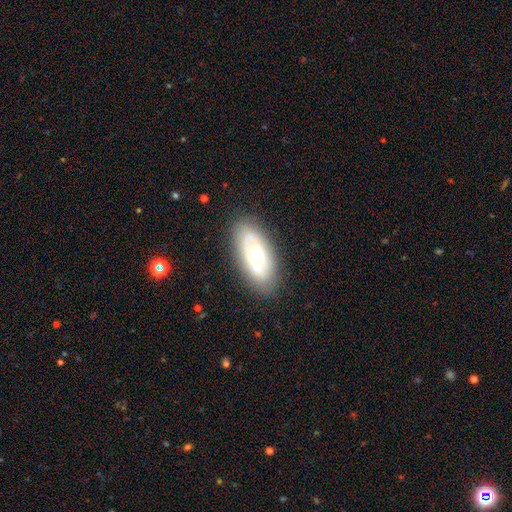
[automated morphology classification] A featured or disk galaxy (56%). Merging: none (81%).